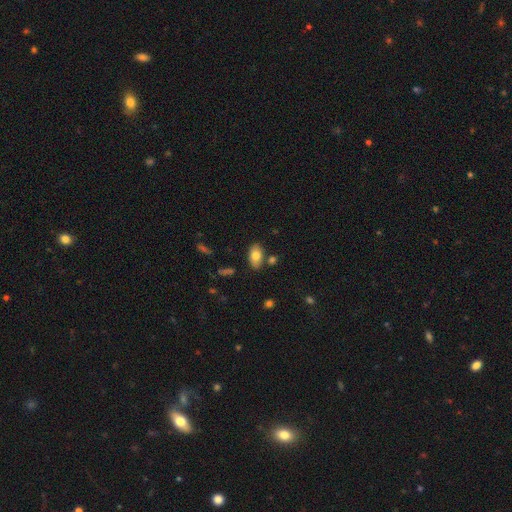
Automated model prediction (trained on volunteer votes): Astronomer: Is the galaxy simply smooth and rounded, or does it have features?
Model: smooth — 79%.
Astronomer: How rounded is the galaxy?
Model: in between — 93%.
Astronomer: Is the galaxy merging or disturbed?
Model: none — 79%.